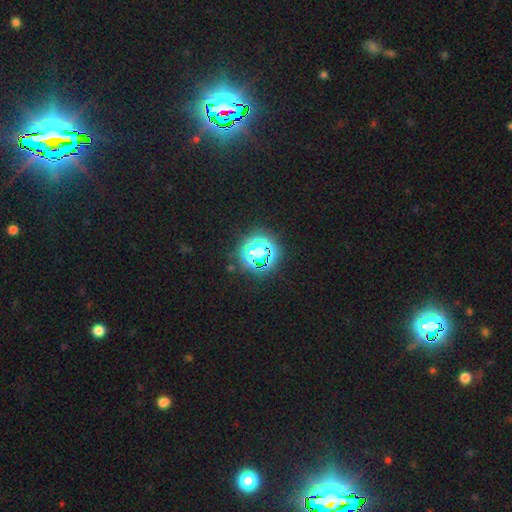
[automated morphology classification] A star or artifact, not a galaxy (78%).